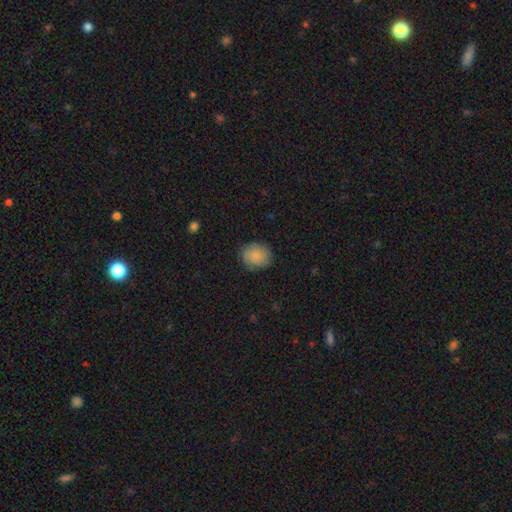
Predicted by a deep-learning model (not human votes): Smooth or featured?
  - smooth: 81% *
  - featured or disk: 12%
  - star or artifact: 7%
How rounded?
  - round: 77% *
  - in between: 22%
  - cigar-shaped: 1%
Merging?
  - none: 82% *
  - minor disturbance: 14%
  - major disturbance: 4%
  - merger: 1%